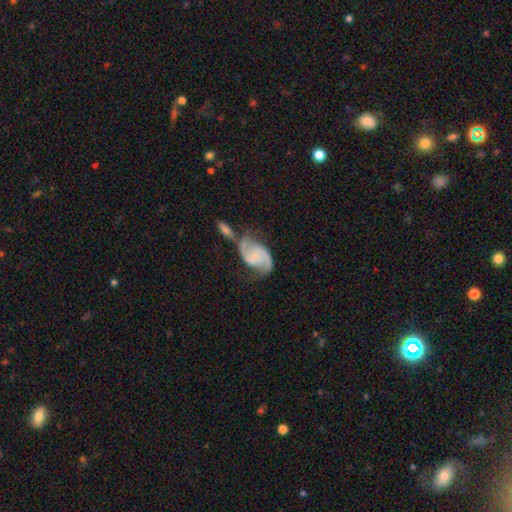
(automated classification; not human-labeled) A featured or disk galaxy (82%) with no bar (60%), 2 (92%) loose (48%) spiral arms (95%) and no central bulge (55%). Merging: none (42%).